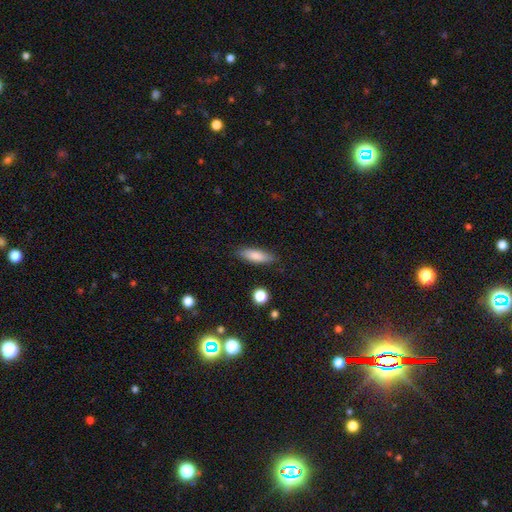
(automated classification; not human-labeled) Smooth or featured: smooth — 82% (featured or disk — 12%)
How rounded: in between — 49% (cigar-shaped — 48%)
Merging: none — 85% (minor disturbance — 11%)